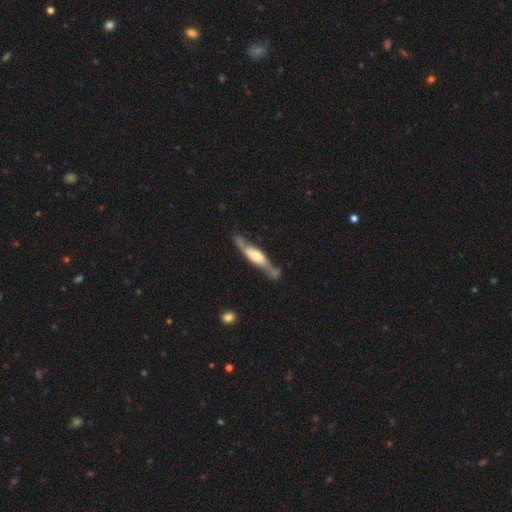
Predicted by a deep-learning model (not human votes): This appears to be a featured or disk galaxy (65%) viewed edge-on (78%) with a rounded central bulge (54%). Merging: none (64%).